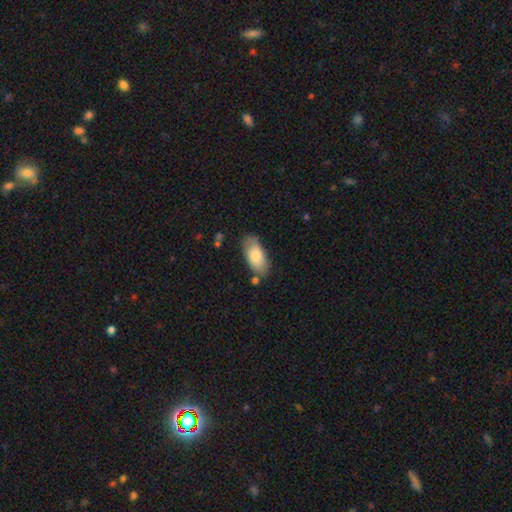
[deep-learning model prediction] A smooth galaxy with no disk features (79%) that is in between round and cigar-shaped (91%). Merging: none (74%).